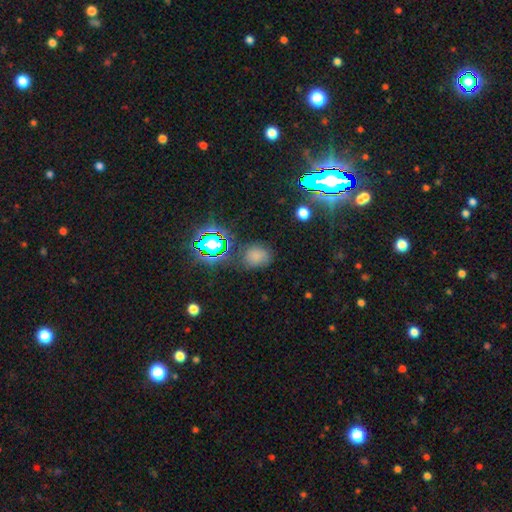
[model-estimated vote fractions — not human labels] Smooth or featured?
  - smooth: 64% *
  - star or artifact: 26%
  - featured or disk: 10%
How rounded?
  - round: 51% *
  - in between: 48%
  - cigar-shaped: 1%
Merging?
  - none: 68% *
  - minor disturbance: 20%
  - major disturbance: 8%
  - merger: 4%